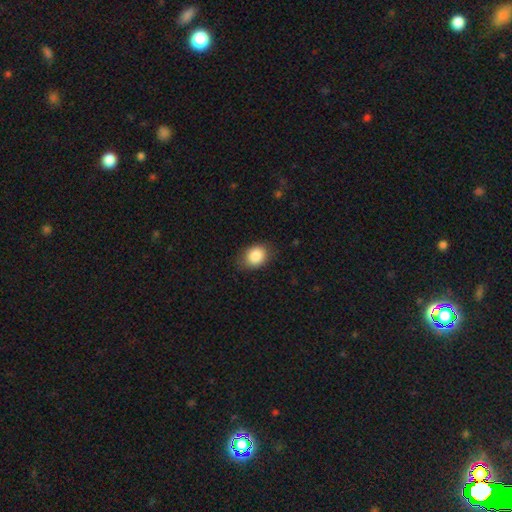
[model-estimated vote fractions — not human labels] The model was most divided on "how rounded": in between: 57%, round: 42%, cigar-shaped: 1%. More confident: smooth or featured — smooth (87%); merging — none (79%).